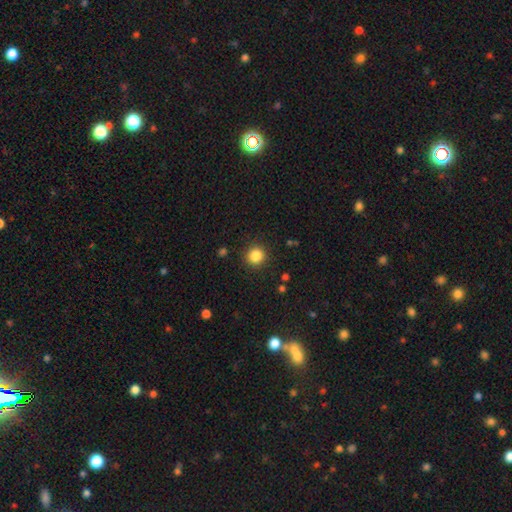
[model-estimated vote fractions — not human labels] Overall: smooth (85%). How rounded: round (92%). Merging: none (90%).